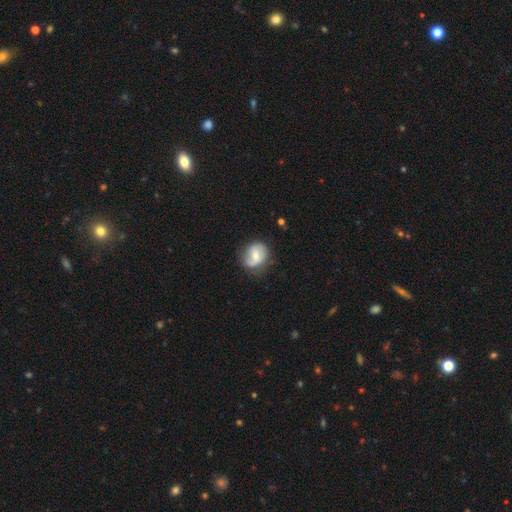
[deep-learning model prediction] smooth_or_featured: featured or disk (p=0.48) [alt: smooth p=0.45]
merging: none (p=0.65) [alt: minor disturbance p=0.25]